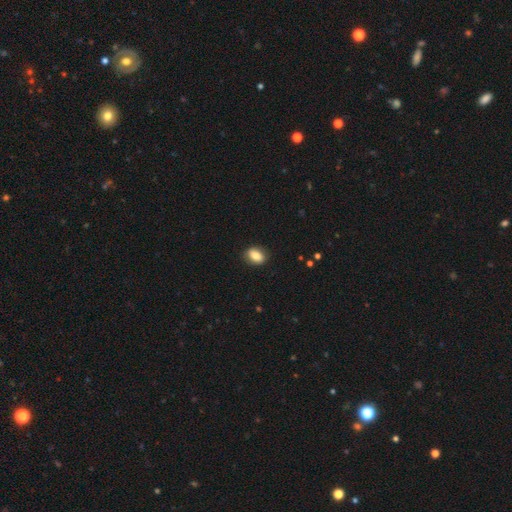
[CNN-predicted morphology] Smooth or featured?
  - smooth: 83% *
  - featured or disk: 9%
  - star or artifact: 8%
How rounded?
  - in between: 79% *
  - round: 18%
  - cigar-shaped: 2%
Merging?
  - none: 86% *
  - minor disturbance: 11%
  - major disturbance: 3%
  - merger: 1%